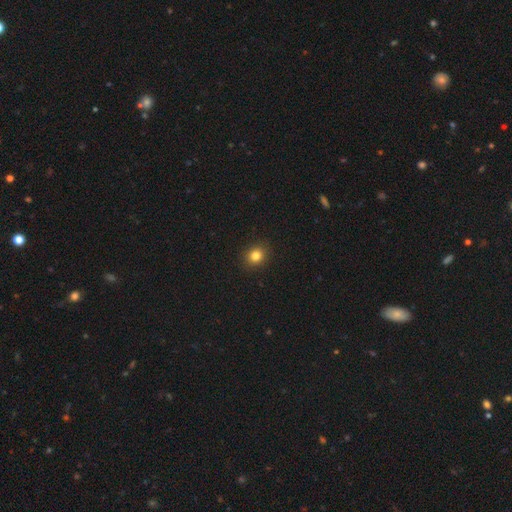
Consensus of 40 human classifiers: Morphology: type=smooth (85%); roundness=round (71%); merging=none (81%).